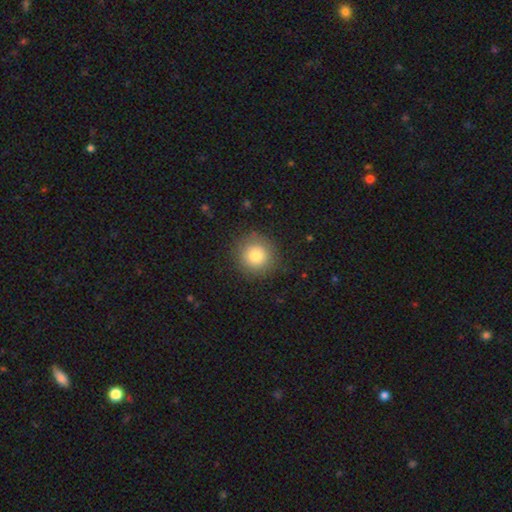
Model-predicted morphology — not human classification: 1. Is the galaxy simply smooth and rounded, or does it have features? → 79% smooth, 11% star or artifact, 10% featured or disk.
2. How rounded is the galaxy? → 94% round, 5% in between, 1% cigar-shaped.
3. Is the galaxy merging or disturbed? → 88% none, 8% minor disturbance, 3% major disturbance, 1% merger.